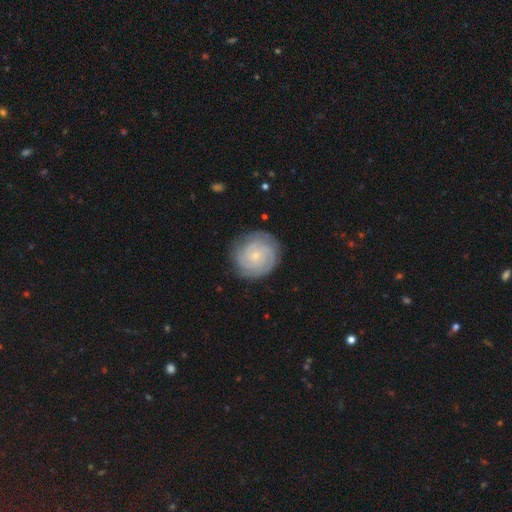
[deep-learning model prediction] featured or disk 82%, smooth 12%, star or artifact 6%. Down the decision tree: edge-on disk — no (98%); bar — no (78%); spiral arms — yes (97%); spiral arm count — 3 (27%); spiral winding — tight (82%); bulge size — small (84%); merging — none (84%).